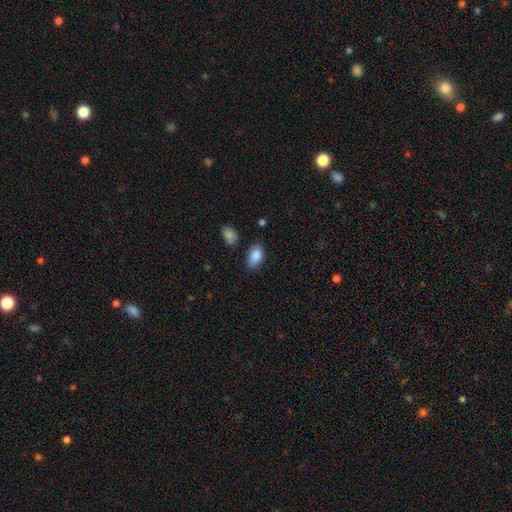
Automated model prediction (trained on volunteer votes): The model was most divided on "merging": none: 74%, minor disturbance: 18%, major disturbance: 4%, merger: 3%. More confident: how rounded — in between (92%); smooth or featured — smooth (87%).